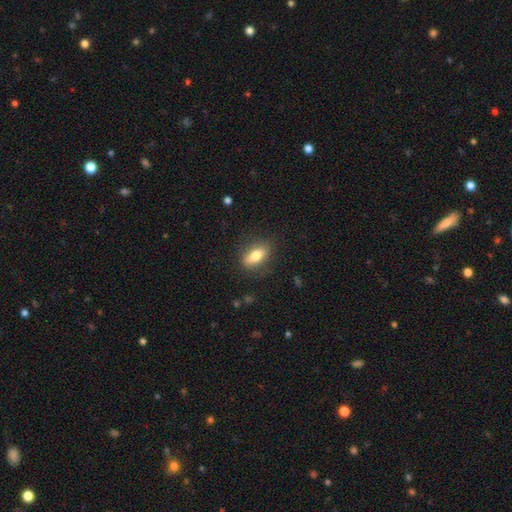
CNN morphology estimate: A smooth galaxy with no disk features (71%) that is in between round and cigar-shaped (77%). Merging: none (83%).